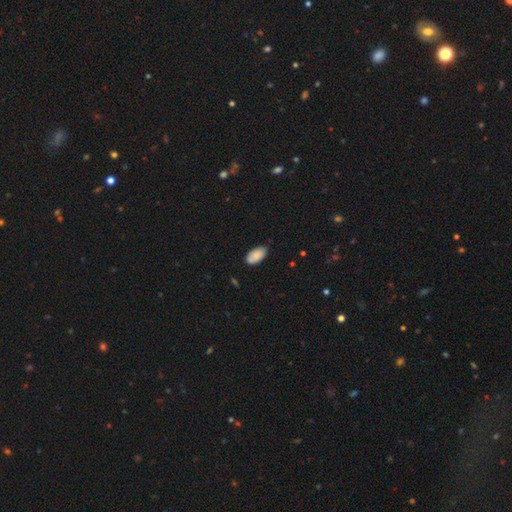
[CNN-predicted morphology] This appears to be a smooth galaxy with no disk features (82%) that is in between round and cigar-shaped (95%). Merging: none (75%).